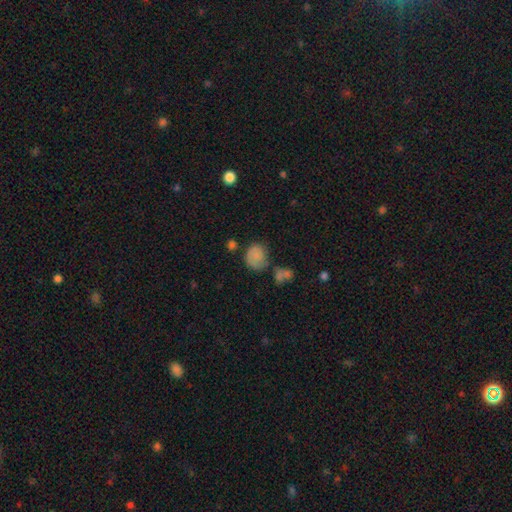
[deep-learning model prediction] Smooth or featured? smooth (76%)
How rounded? round (60%)
Merging? none (45%)